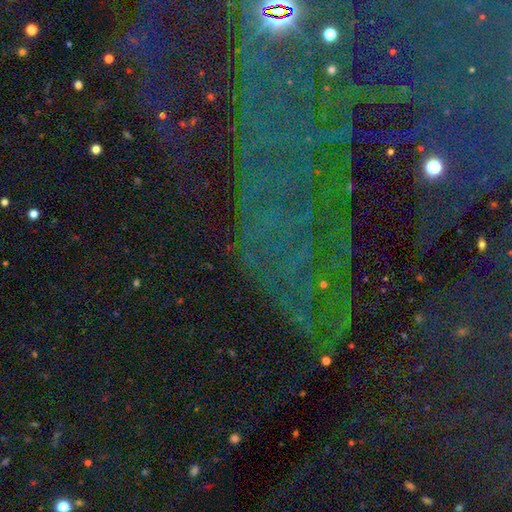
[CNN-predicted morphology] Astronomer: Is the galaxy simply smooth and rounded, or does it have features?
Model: star or artifact — 81%.